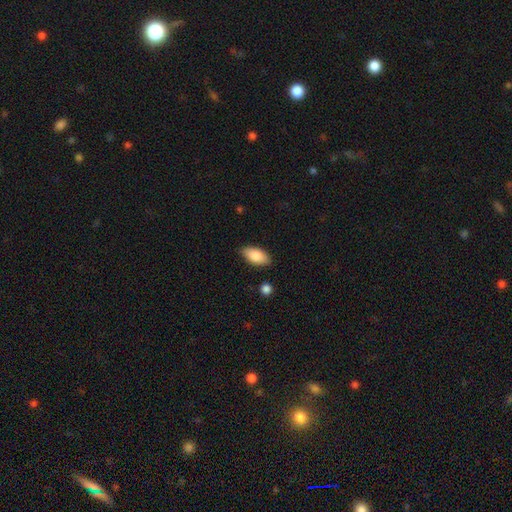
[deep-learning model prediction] Morphology: type=smooth (85%); roundness=in between (92%); merging=none (85%).